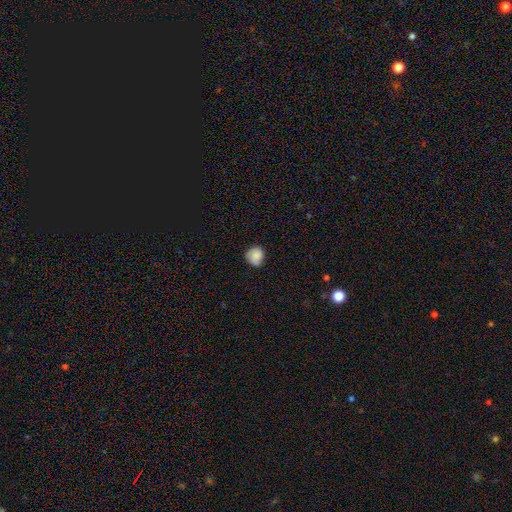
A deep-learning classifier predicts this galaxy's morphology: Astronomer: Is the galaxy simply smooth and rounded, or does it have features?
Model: smooth — 85%.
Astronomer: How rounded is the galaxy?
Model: round — 85%.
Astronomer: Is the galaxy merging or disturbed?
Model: none — 75%.